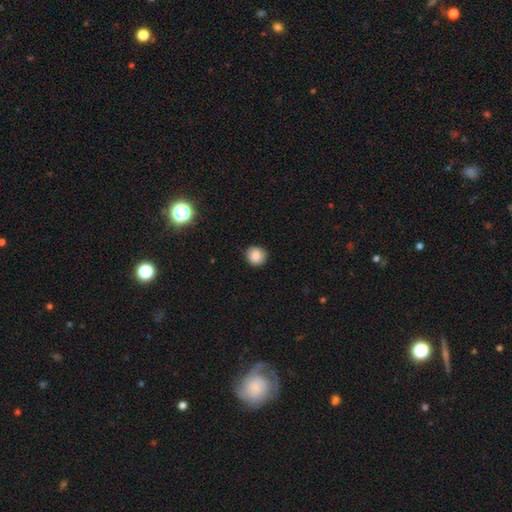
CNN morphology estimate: A smooth galaxy with no disk features (86%) that is round (89%).

Vote fractions:
- Smooth or featured? smooth: 86% / star or artifact: 10% / featured or disk: 4%
- How rounded? round: 89% / in between: 10% / cigar-shaped: 1%
- Merging? none: 89% / minor disturbance: 8% / major disturbance: 2% / merger: 1%